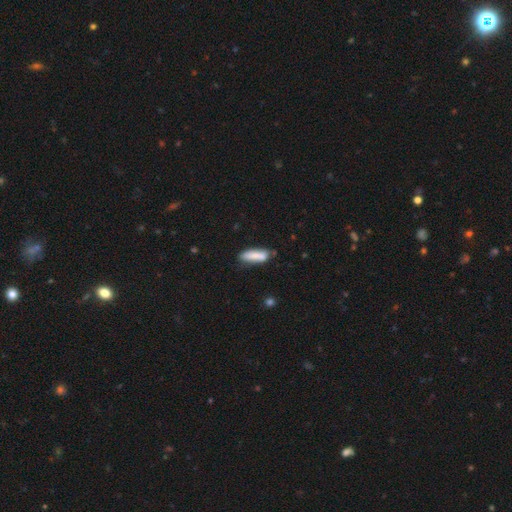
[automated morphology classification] This appears to be a smooth galaxy with no disk features (79%) that is cigar-shaped (57%). Merging: none (66%).